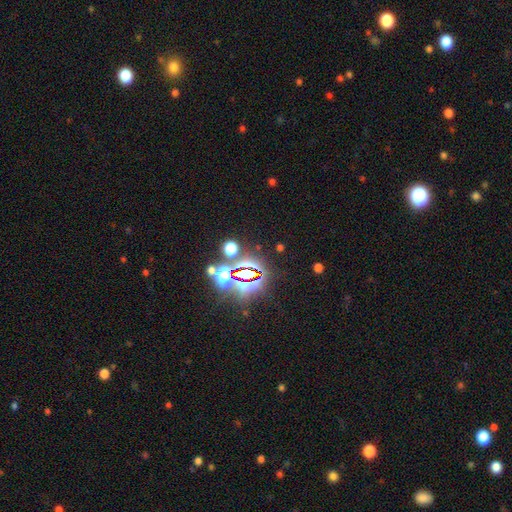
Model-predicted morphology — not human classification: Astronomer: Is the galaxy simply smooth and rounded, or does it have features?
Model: star or artifact — 82%.